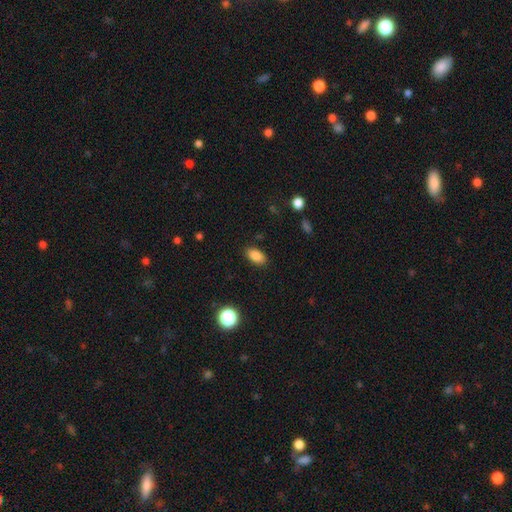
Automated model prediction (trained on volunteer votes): smooth-or-featured: smooth: 86% | star or artifact: 9% | featured or disk: 5%
  how-rounded: in between: 91% | round: 6% | cigar-shaped: 3%
  merging: none: 88% | minor disturbance: 9% | major disturbance: 2% | merger: 1%